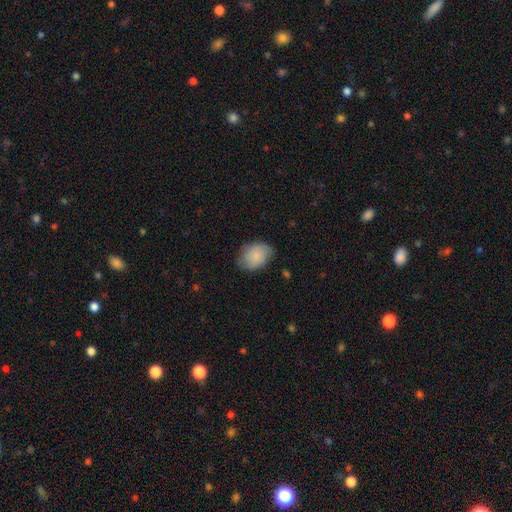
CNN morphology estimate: smooth_or_featured: smooth (p=0.81) [alt: featured or disk p=0.12]
how_rounded: in between (p=0.69) [alt: round p=0.30]
merging: none (p=0.72) [alt: minor disturbance p=0.22]